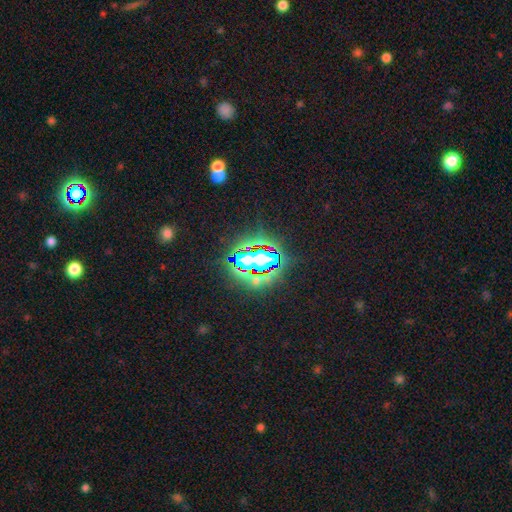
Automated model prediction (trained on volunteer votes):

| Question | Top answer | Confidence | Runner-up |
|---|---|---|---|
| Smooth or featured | star or artifact | 69% | smooth (19%) |